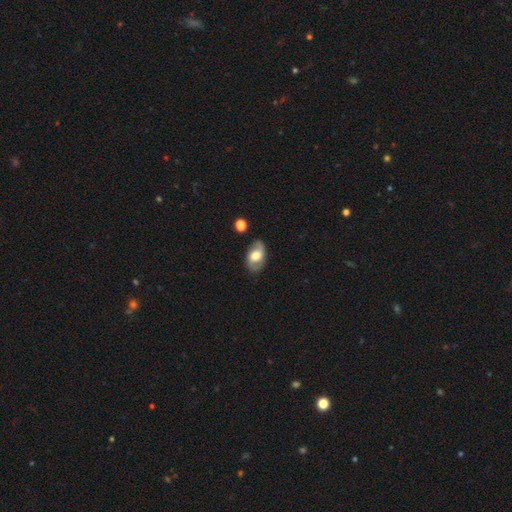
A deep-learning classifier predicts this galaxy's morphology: A featured or disk galaxy (53%).

Vote fractions:
- Smooth or featured? featured or disk: 53% / smooth: 40% / star or artifact: 7%
- Edge-on disk? no: 93% / yes: 7%
- Merging? none: 75% / minor disturbance: 17% / major disturbance: 5% / merger: 3%